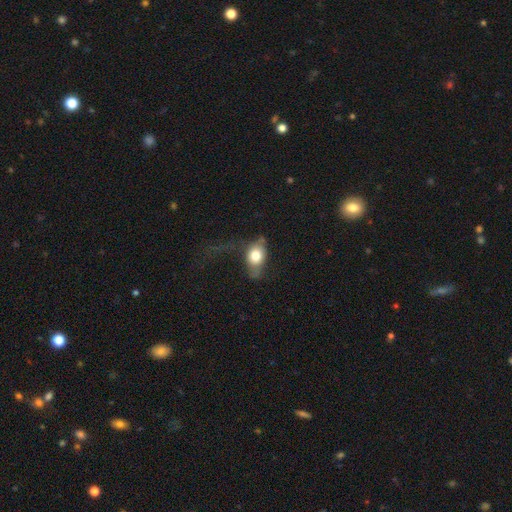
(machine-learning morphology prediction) Smooth or featured? smooth (71%)
How rounded? in between (71%)
Merging? none (33%, tied with major disturbance)